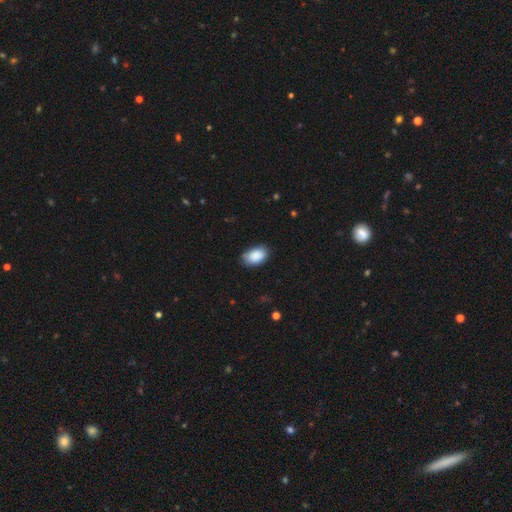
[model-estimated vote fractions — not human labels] smooth_or_featured: smooth (p=0.89) [alt: star or artifact p=0.06]
how_rounded: in between (p=0.91) [alt: round p=0.07]
merging: none (p=0.80) [alt: minor disturbance p=0.16]